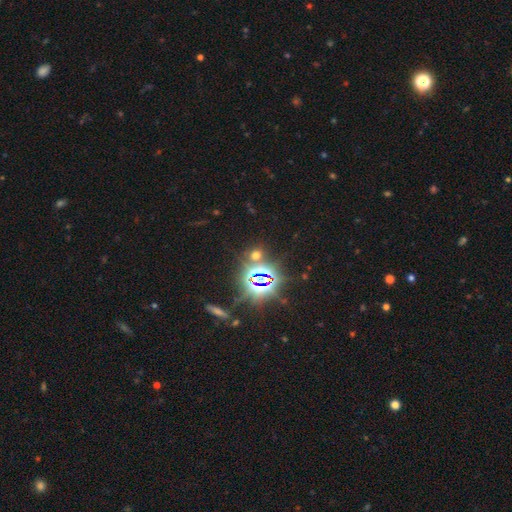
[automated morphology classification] This is likely a star or artifact rather than a galaxy (62%).